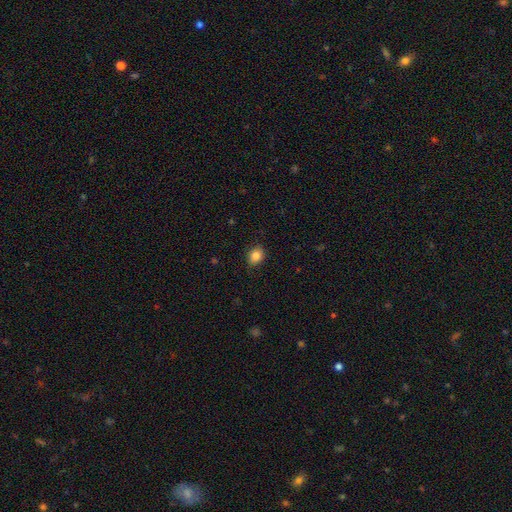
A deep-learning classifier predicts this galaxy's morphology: Smooth or featured? smooth (86%)
How rounded? round (53%)
Merging? none (84%)